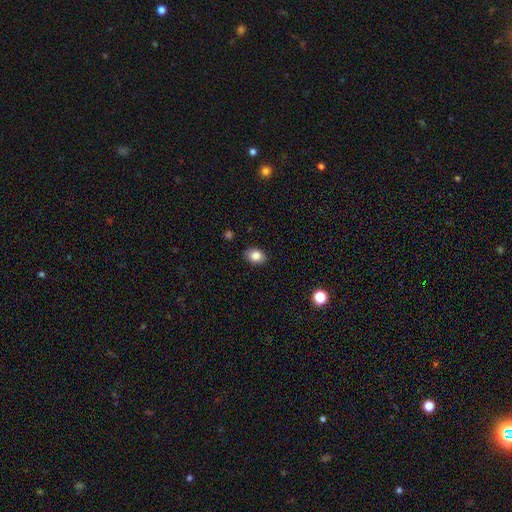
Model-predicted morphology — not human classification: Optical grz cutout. It shows a smooth galaxy with no disk features (84%) that is in between round and cigar-shaped (72%). Merging: none (86%).